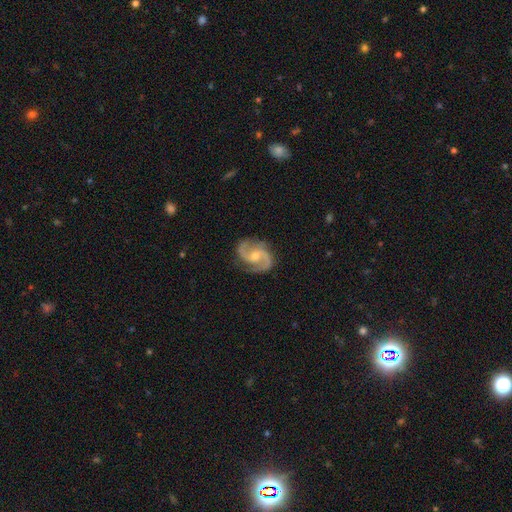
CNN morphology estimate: A featured or disk galaxy (91%) with no bar (53%), 2 (93%) medium (59%) spiral arms (98%) and a small central bulge (50%). Merging: none (81%).